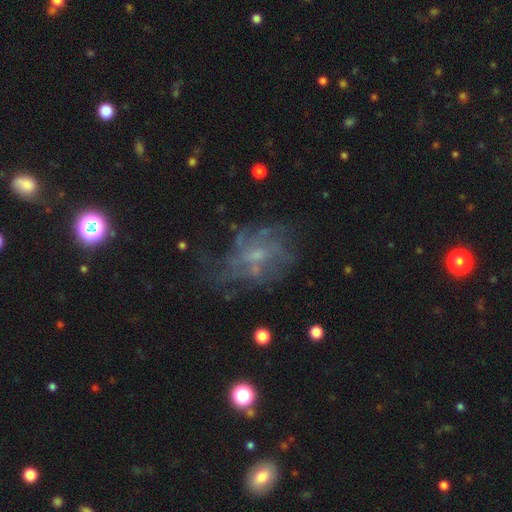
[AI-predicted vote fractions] featured or disk 68%, smooth 17%, star or artifact 14%. Down the decision tree: edge-on disk — no (97%); bar — no (67%); spiral arms — yes (67%); bulge size — small (59%); merging — none (53%).